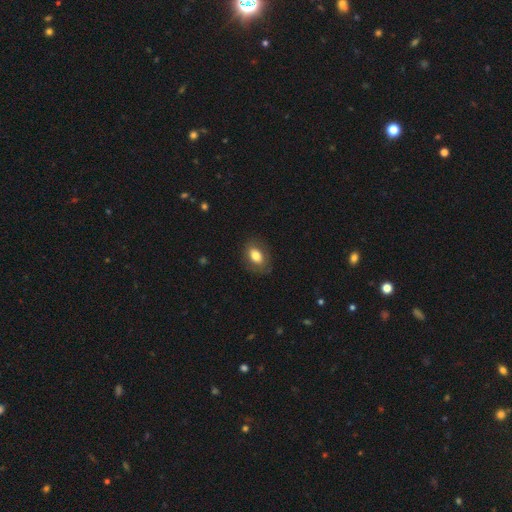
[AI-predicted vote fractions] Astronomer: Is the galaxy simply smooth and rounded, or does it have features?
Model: smooth — 76%.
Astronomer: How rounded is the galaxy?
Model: in between — 84%.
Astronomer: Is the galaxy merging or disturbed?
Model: none — 81%.